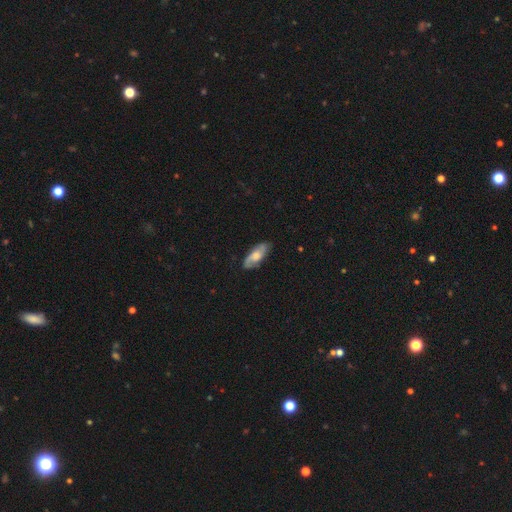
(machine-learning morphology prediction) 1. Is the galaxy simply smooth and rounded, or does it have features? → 52% featured or disk, 42% smooth, 6% star or artifact.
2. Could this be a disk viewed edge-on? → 82% no, 18% yes.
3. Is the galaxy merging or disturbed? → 81% none, 15% minor disturbance, 3% major disturbance, 1% merger.